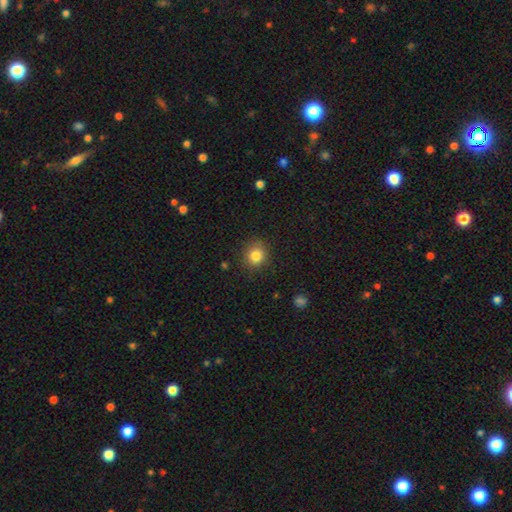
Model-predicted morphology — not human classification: Smooth or featured?
  - smooth: 83% *
  - star or artifact: 11%
  - featured or disk: 6%
How rounded?
  - round: 82% *
  - in between: 17%
  - cigar-shaped: 1%
Merging?
  - none: 86% *
  - minor disturbance: 10%
  - major disturbance: 3%
  - merger: 1%